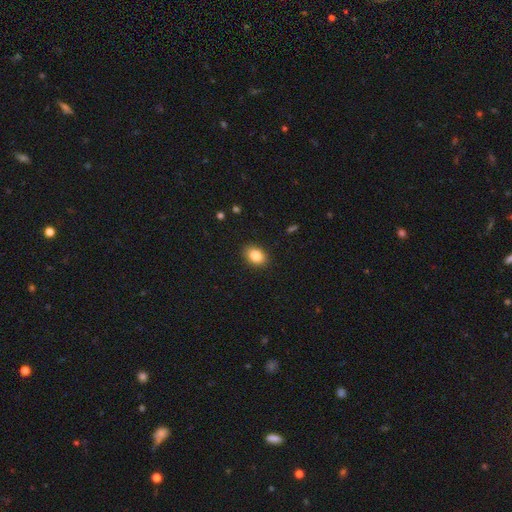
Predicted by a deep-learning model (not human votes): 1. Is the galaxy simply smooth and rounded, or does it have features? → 85% smooth, 9% star or artifact, 6% featured or disk.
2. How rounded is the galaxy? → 79% in between, 20% round, 1% cigar-shaped.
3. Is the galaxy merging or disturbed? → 89% none, 8% minor disturbance, 2% major disturbance, 1% merger.